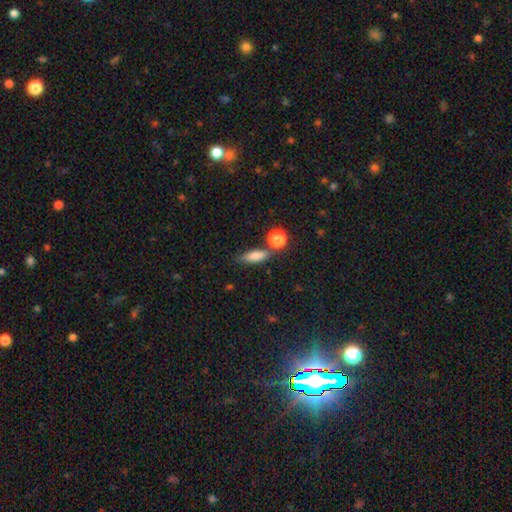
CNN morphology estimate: This is clearly a smooth galaxy (80%). How rounded: possibly in between (54%). Merging: likely none (67%).